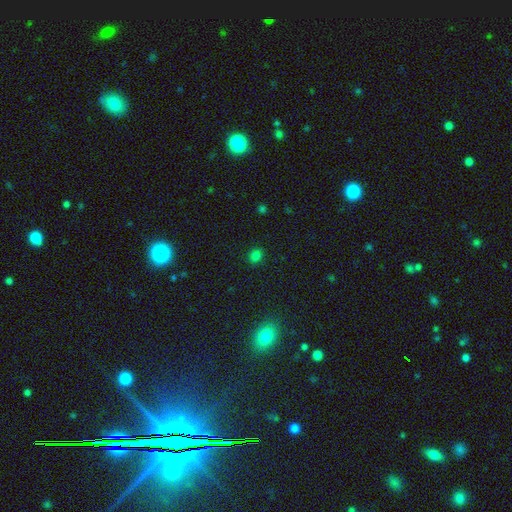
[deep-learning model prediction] smooth_or_featured: smooth (p=0.77) [alt: star or artifact p=0.19]
how_rounded: round (p=0.64) [alt: in between p=0.35]
merging: none (p=0.88) [alt: minor disturbance p=0.08]